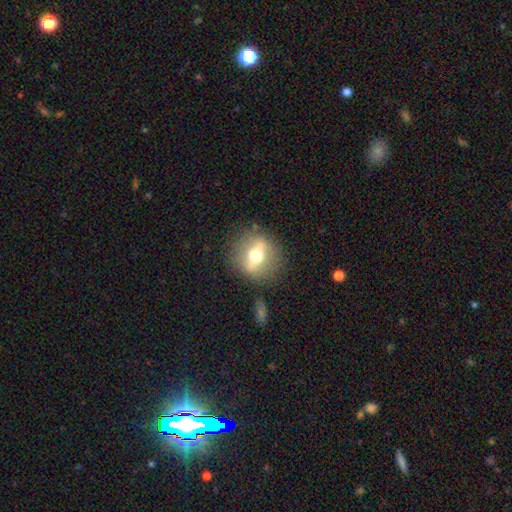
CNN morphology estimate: This is possibly a featured or disk galaxy (53%). It is possibly not viewed edge-on (58%). Merging: clearly none (81%).